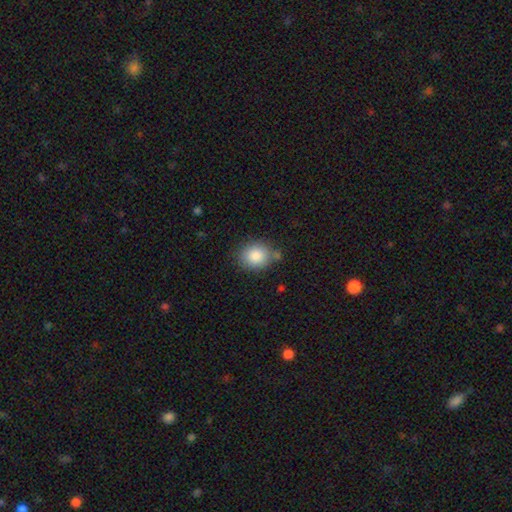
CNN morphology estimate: smooth 86%, star or artifact 8%, featured or disk 6%. Down the decision tree: how rounded — round (63%); merging — none (72%).